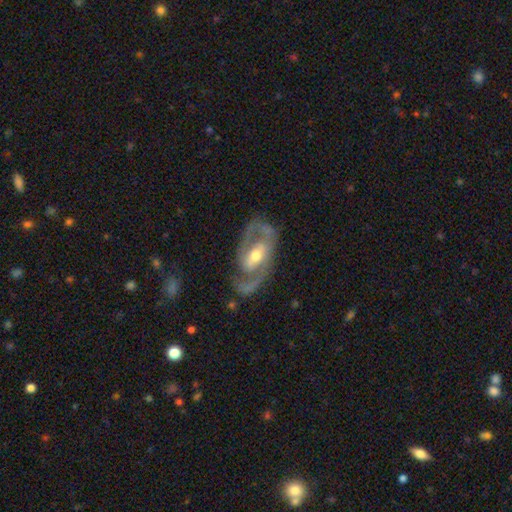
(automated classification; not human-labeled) Overall: featured or disk (86%). Edge-on disk: no (95%). Bar: weak (40%; strong 33%). Spiral arms: yes (90%). Spiral arm count: 2 (85%). Spiral winding: medium (52%; tight 28%). Bulge size: moderate (66%; small 27%). Merging: none (72%).